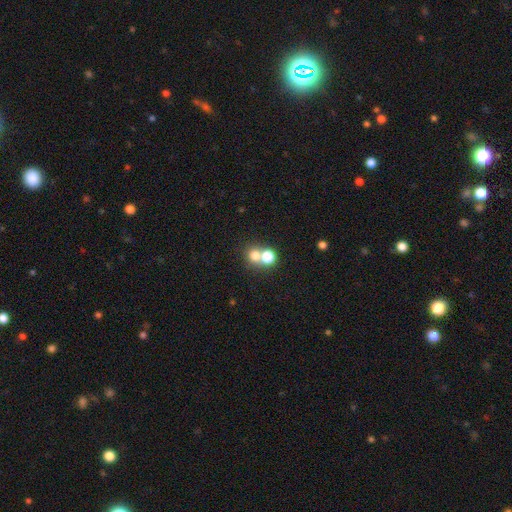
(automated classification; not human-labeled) A smooth galaxy with no disk features (72%) that is round (82%).

Vote fractions:
- Smooth or featured? smooth: 72% / star or artifact: 16% / featured or disk: 12%
- How rounded? round: 82% / in between: 17% / cigar-shaped: 1%
- Merging? merger: 48% / none: 43% / minor disturbance: 5% / major disturbance: 3%